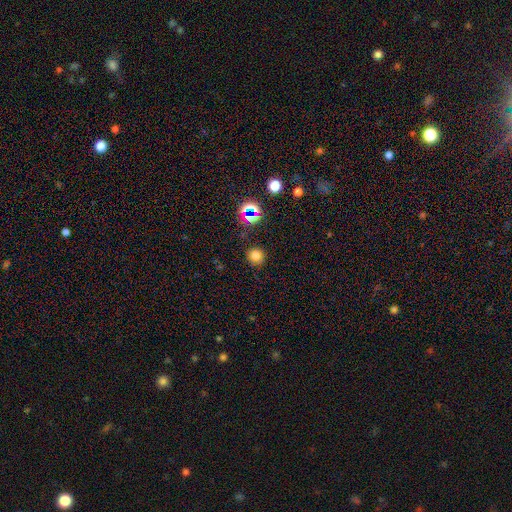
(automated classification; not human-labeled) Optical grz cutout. It shows a smooth galaxy with no disk features (75%) that is round (92%). Merging: none (86%).